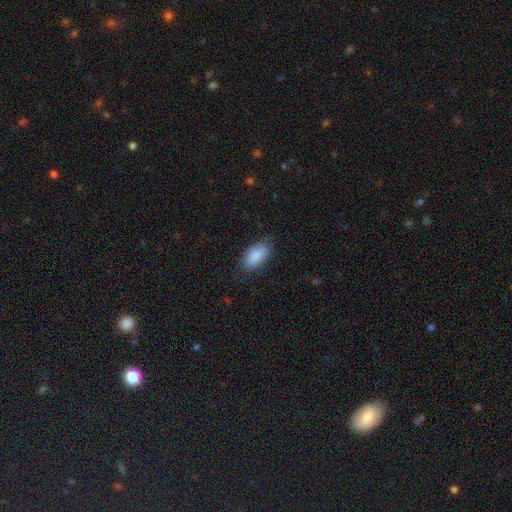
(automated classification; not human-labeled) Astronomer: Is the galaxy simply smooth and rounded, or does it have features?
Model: smooth — 88%.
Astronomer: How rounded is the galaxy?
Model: in between — 93%.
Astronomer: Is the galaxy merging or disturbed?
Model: none — 80%.